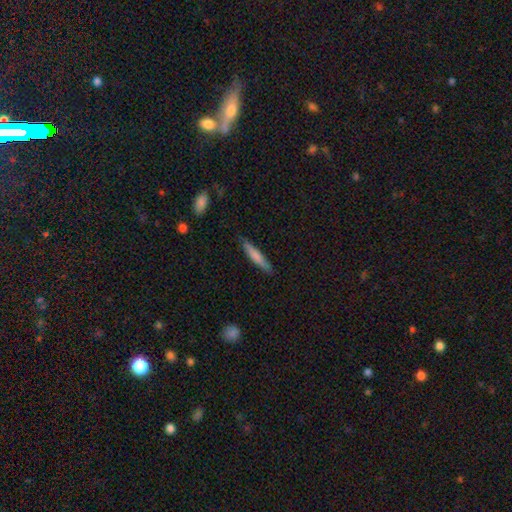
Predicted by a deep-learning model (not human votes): Q: Smooth or featured?
A: smooth (73%); runner-up: featured or disk (21%)
Q: How rounded?
A: cigar-shaped (91%); runner-up: in between (7%)
Q: Merging?
A: none (86%); runner-up: minor disturbance (10%)